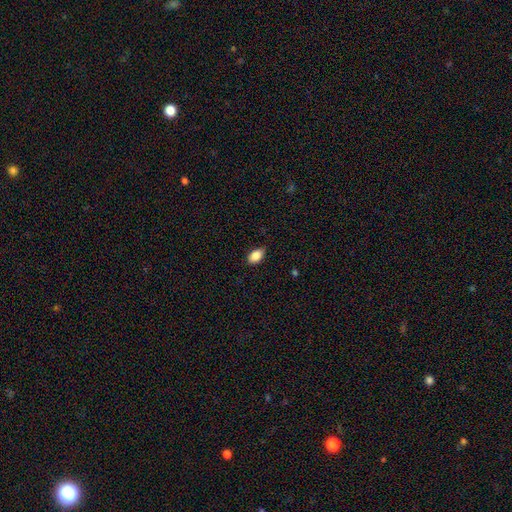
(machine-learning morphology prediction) Smooth or featured? smooth (88%)
How rounded? in between (90%)
Merging? none (82%)